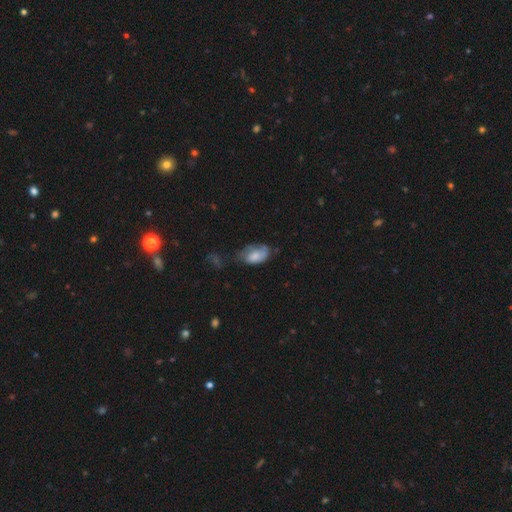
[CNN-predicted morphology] smooth-or-featured: smooth: 66% | featured or disk: 26% | star or artifact: 8%
  how-rounded: in between: 92% | round: 5% | cigar-shaped: 2%
  merging: none: 37% | minor disturbance: 35% | major disturbance: 23% | merger: 5%